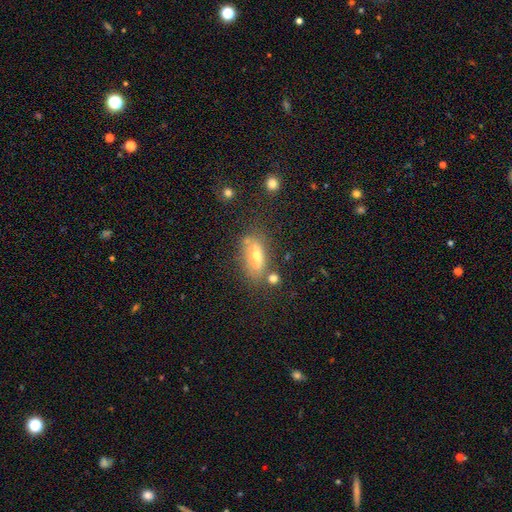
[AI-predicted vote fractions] This appears to be a smooth galaxy with no disk features (57%) that is in between round and cigar-shaped (78%). Merging: none (65%).